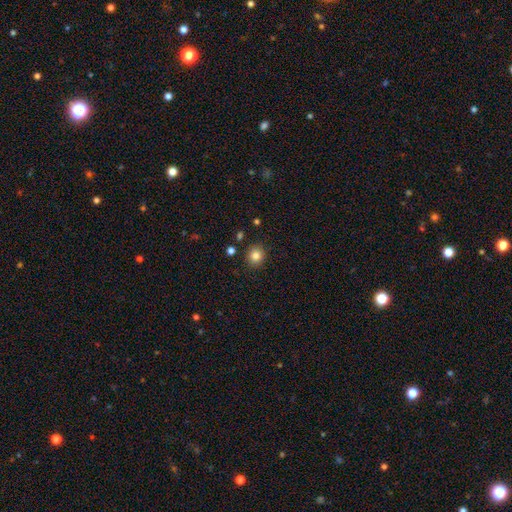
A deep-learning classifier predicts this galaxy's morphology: A smooth galaxy with no disk features (83%) that is round (82%).

Vote fractions:
- Smooth or featured? smooth: 83% / star or artifact: 11% / featured or disk: 6%
- How rounded? round: 82% / in between: 17% / cigar-shaped: 1%
- Merging? none: 88% / minor disturbance: 7% / merger: 2% / major disturbance: 2%